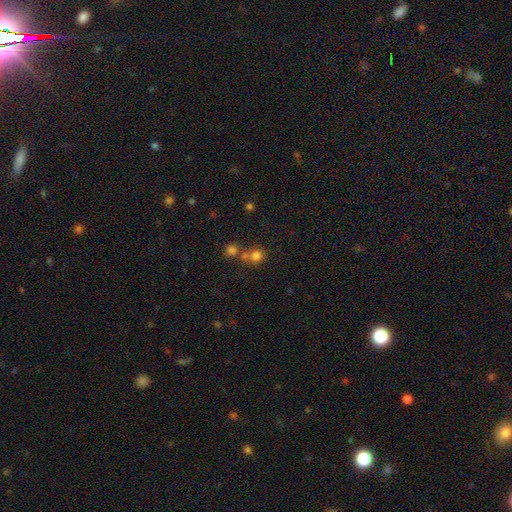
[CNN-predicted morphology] This is likely a smooth galaxy (76%). How rounded: clearly round (85%). Merging: possibly none (52%).